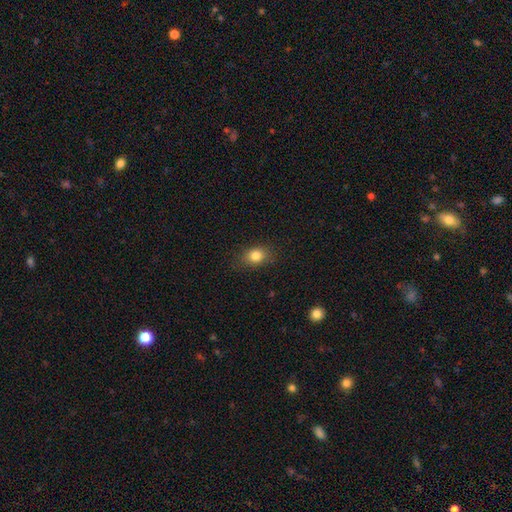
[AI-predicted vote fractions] Smooth or featured: smooth — 82% (star or artifact — 11%)
How rounded: in between — 57% (round — 41%)
Merging: none — 82% (minor disturbance — 13%)